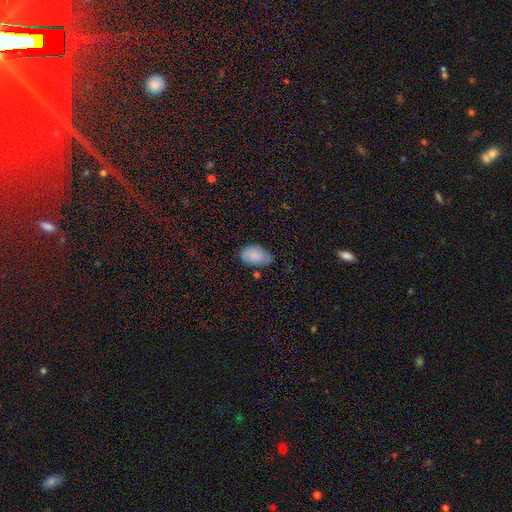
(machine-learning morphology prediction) The model was most divided on "merging": none: 59%, minor disturbance: 32%, major disturbance: 5%, merger: 3%. More confident: how rounded — in between (93%); smooth or featured — smooth (84%).